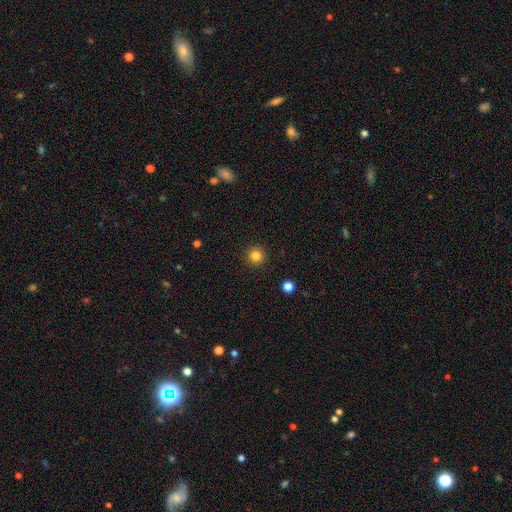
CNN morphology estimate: Smooth or featured? smooth (83%)
How rounded? round (95%)
Merging? none (92%)